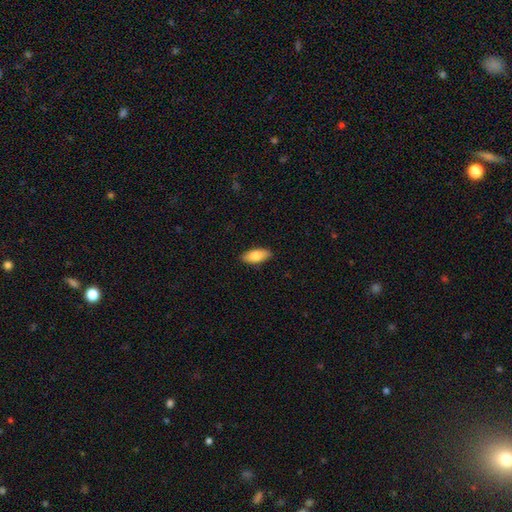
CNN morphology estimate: smooth-or-featured: smooth: 79% | featured or disk: 15% | star or artifact: 6%
  how-rounded: in between: 83% | cigar-shaped: 15% | round: 2%
  merging: none: 88% | minor disturbance: 9% | major disturbance: 2% | merger: 1%